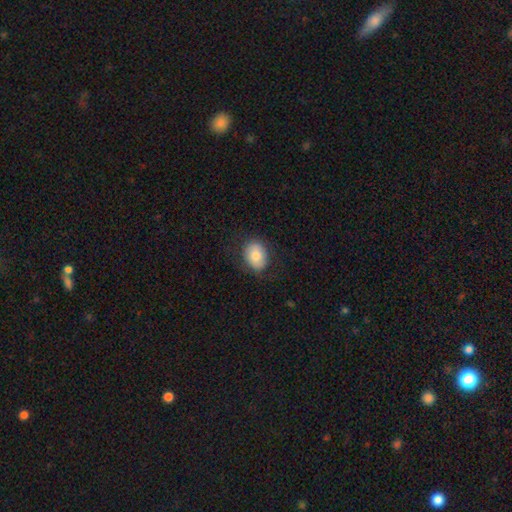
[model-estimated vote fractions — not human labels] smooth_or_featured: smooth (p=0.76) [alt: featured or disk p=0.16]
how_rounded: in between (p=0.67) [alt: round p=0.32]
merging: none (p=0.77) [alt: minor disturbance p=0.16]